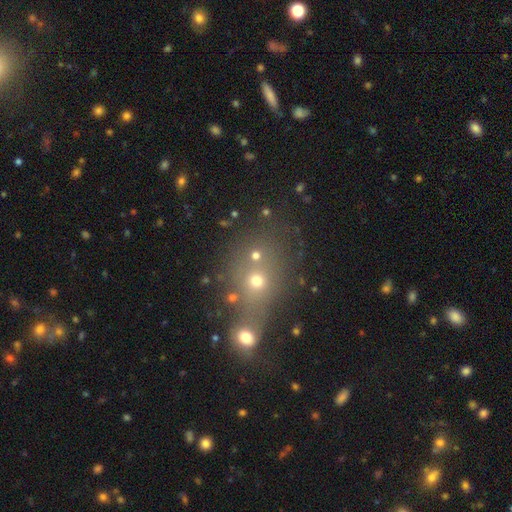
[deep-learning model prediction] smooth_or_featured: smooth (p=0.61) [alt: star or artifact p=0.26]
how_rounded: round (p=0.71) [alt: in between p=0.26]
merging: none (p=0.50) [alt: merger p=0.36]